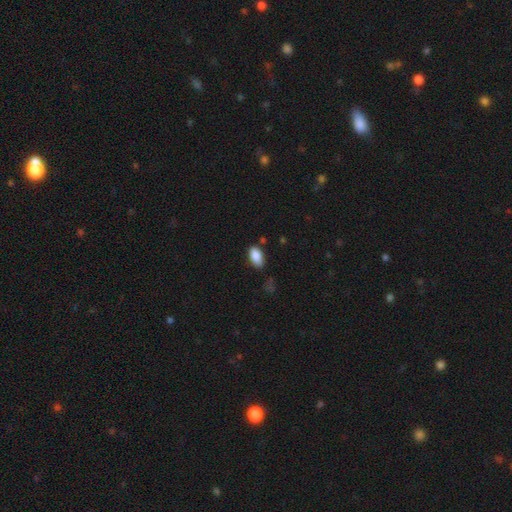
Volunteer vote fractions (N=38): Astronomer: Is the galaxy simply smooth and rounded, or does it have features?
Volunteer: smooth — 89%.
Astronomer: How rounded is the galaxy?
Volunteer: in between — 85%.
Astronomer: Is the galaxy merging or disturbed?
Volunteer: none — 68%.